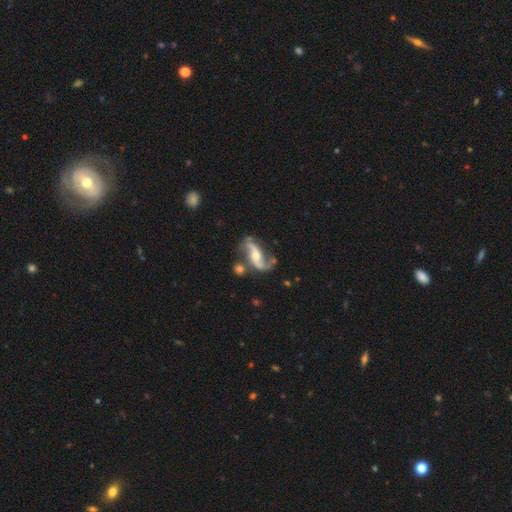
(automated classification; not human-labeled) Smooth or featured? featured or disk (89%)
Edge-on disk? no (95%)
Bar? no (42%)
Spiral arms? yes (96%)
Spiral winding? loose (77%)
Spiral arm count? 2 (93%)
Bulge size? moderate (55%)
Merging? none (64%)